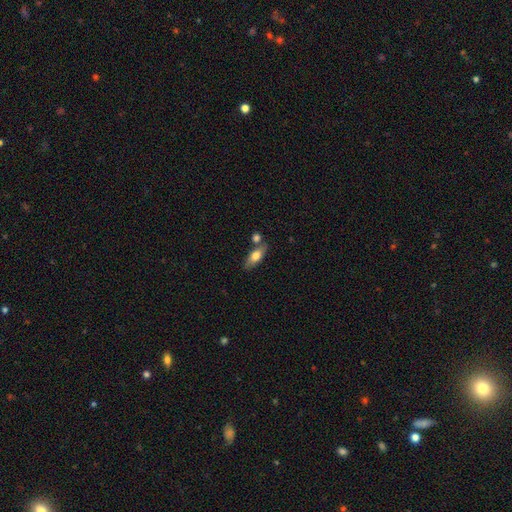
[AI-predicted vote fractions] smooth-or-featured: smooth: 68% | featured or disk: 25% | star or artifact: 7%
  how-rounded: in between: 72% | cigar-shaped: 24% | round: 4%
  merging: none: 69% | merger: 15% | minor disturbance: 13% | major disturbance: 3%